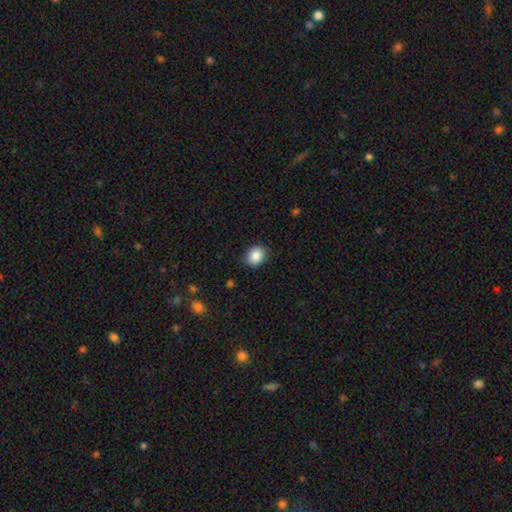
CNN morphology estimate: smooth 88%, star or artifact 8%, featured or disk 4%. Down the decision tree: how rounded — round (61%); merging — none (87%).